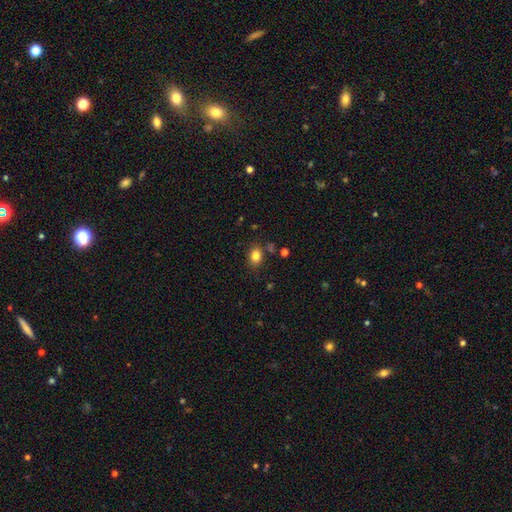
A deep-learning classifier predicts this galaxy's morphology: This is clearly a smooth galaxy (82%). How rounded: likely in between (63%). Merging: clearly none (81%).